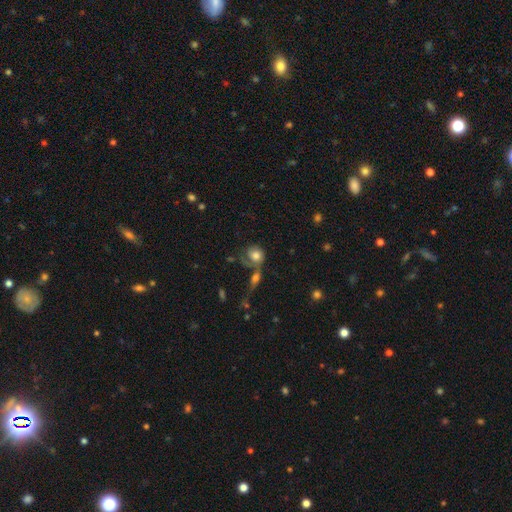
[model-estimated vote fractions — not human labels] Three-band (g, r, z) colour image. It shows a smooth galaxy with no disk features (60%) that is round (71%). Merging: none (37%).